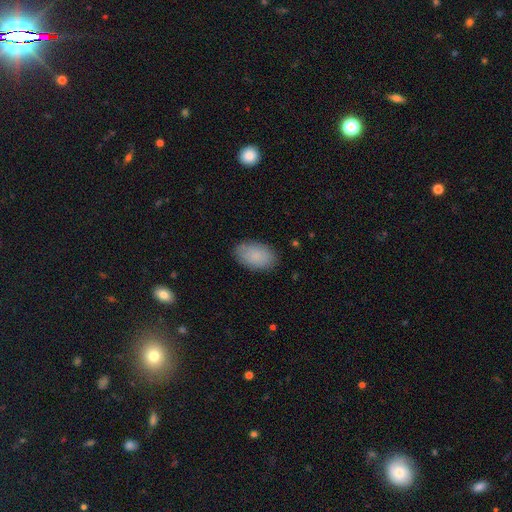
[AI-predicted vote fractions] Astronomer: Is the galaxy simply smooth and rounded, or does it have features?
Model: smooth — 87%.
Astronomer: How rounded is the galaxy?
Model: in between — 92%.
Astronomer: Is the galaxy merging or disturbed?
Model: none — 86%.